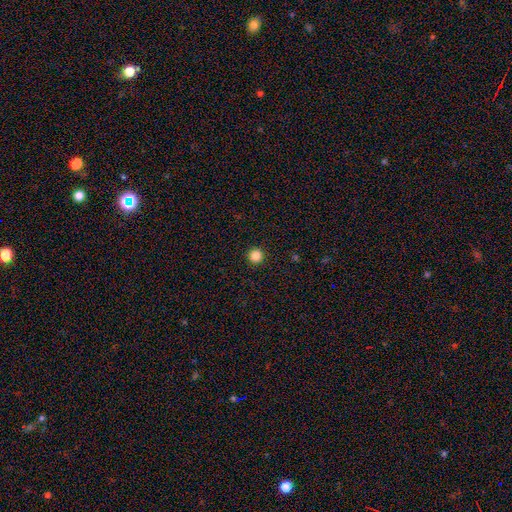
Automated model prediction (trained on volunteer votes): This appears to be a smooth galaxy with no disk features (84%) that is round (96%). Merging: none (94%).